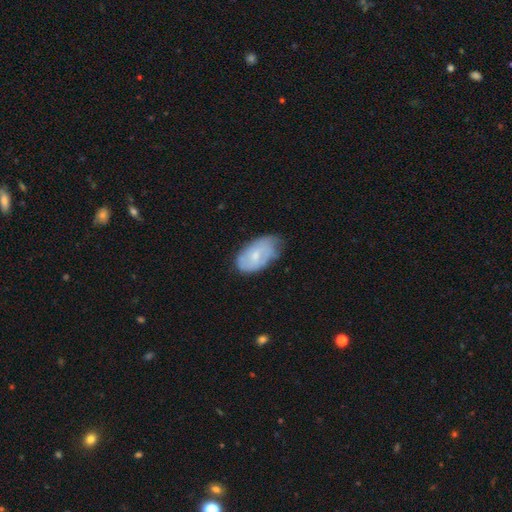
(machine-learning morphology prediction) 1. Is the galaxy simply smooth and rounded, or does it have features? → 54% smooth, 39% featured or disk, 7% star or artifact.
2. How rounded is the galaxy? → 94% in between, 4% round, 2% cigar-shaped.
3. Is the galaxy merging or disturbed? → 54% none, 36% minor disturbance, 8% major disturbance, 2% merger.